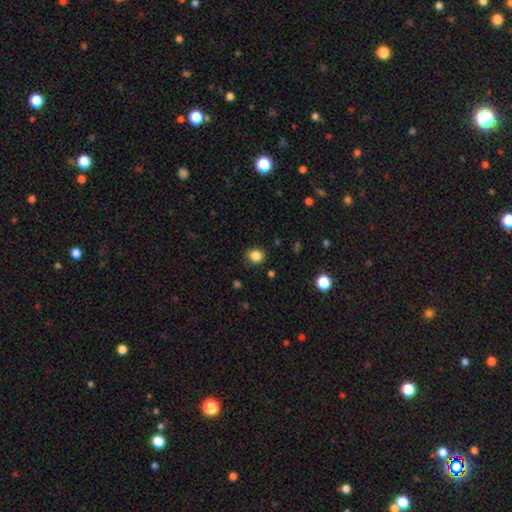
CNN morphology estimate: Smooth or featured? smooth (85%)
How rounded? round (78%)
Merging? none (86%)